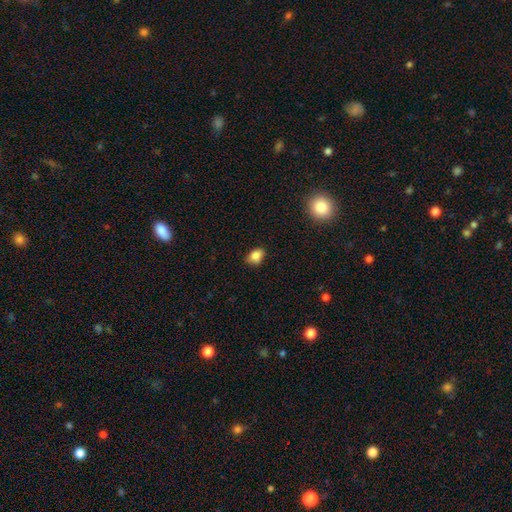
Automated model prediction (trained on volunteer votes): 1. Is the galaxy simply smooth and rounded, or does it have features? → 84% smooth, 10% star or artifact, 6% featured or disk.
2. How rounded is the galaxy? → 74% in between, 25% round, 1% cigar-shaped.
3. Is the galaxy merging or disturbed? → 79% none, 16% minor disturbance, 3% major disturbance, 2% merger.